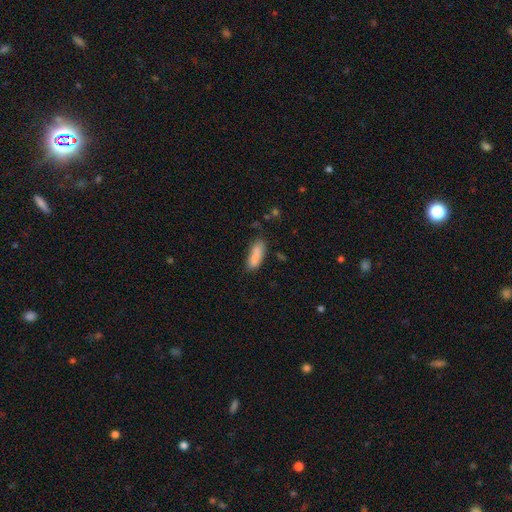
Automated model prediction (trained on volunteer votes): Morphology: type=smooth (85%); roundness=in between (60%); merging=none (67%).